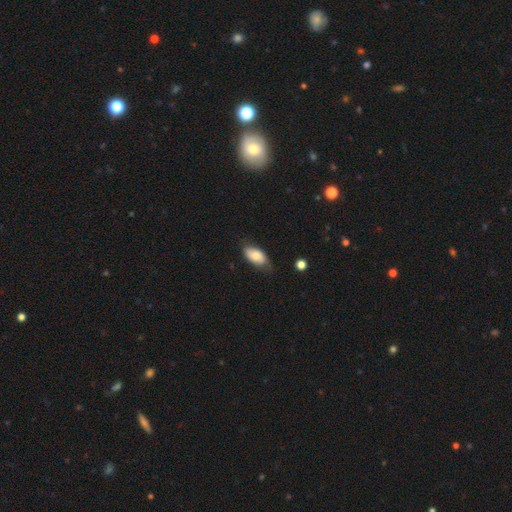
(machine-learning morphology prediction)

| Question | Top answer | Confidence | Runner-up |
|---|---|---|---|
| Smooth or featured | smooth | 77% | featured or disk (17%) |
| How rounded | in between | 93% | round (4%) |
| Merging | none | 65% | minor disturbance (28%) |